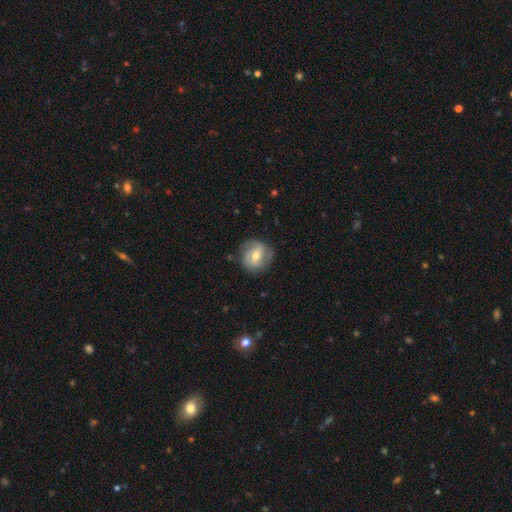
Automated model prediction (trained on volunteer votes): Smooth or featured? Predicted: featured or disk (p=0.68). Edge-on disk? Predicted: no (p=0.97). Bar? Predicted: weak (p=0.47). Spiral arms? Predicted: yes (p=0.87). Spiral winding? Predicted: medium (p=0.43). Spiral arm count? Predicted: 2 (p=0.58). Bulge size? Predicted: moderate (p=0.69). Merging? Predicted: none (p=0.76).